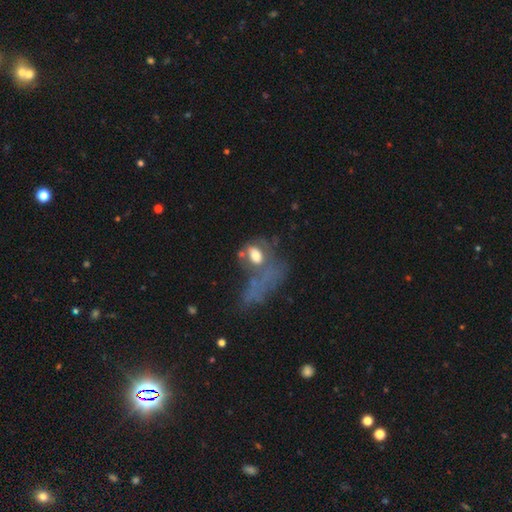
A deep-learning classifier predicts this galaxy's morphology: Smooth or featured? smooth (57%)
How rounded? in between (77%)
Merging? major disturbance (43%)